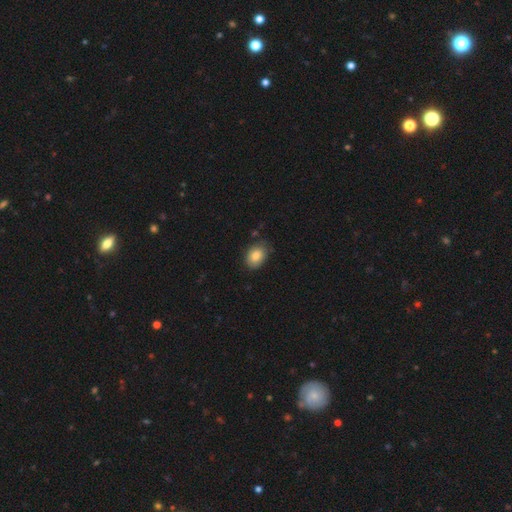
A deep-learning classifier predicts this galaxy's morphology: smooth-or-featured: smooth: 83% | featured or disk: 9% | star or artifact: 8%
  how-rounded: in between: 74% | round: 25% | cigar-shaped: 1%
  merging: none: 77% | minor disturbance: 19% | major disturbance: 3% | merger: 2%